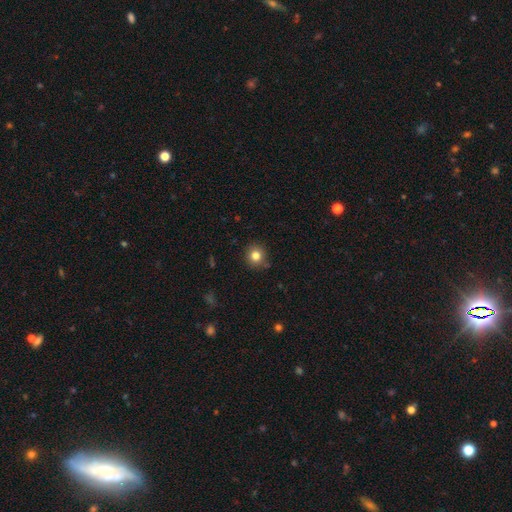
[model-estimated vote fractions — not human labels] Smooth or featured: smooth — 82% (star or artifact — 12%)
How rounded: round — 89% (in between — 10%)
Merging: none — 84% (minor disturbance — 12%)